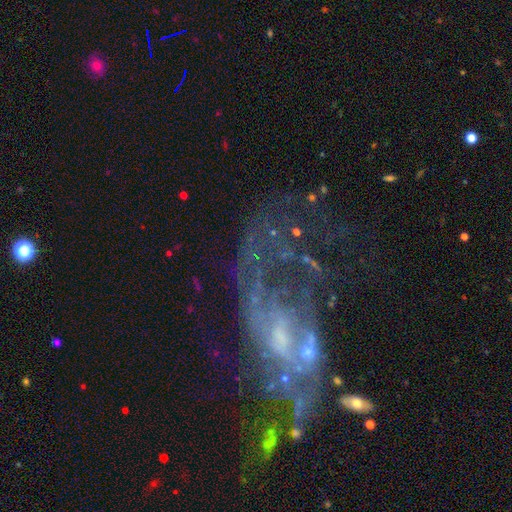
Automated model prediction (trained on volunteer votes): A featured or disk galaxy (63%) with no bar (59%), spiral arms (55%) and a small central bulge (39%). Merging: none (40%).